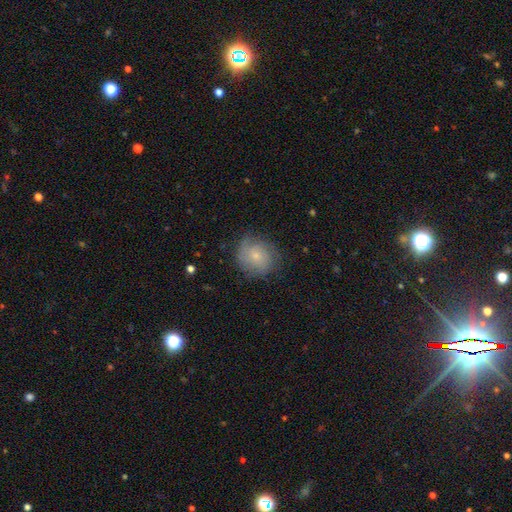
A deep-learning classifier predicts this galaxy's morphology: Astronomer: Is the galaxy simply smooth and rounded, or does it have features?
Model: smooth — 52% (runner-up: featured or disk, 40%).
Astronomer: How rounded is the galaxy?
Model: round — 81%.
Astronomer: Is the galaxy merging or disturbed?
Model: none — 73%.